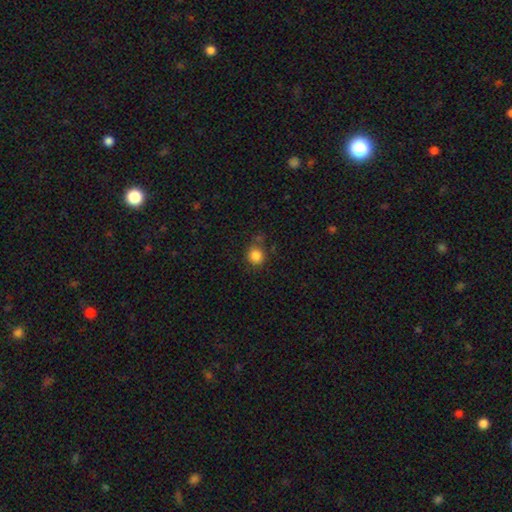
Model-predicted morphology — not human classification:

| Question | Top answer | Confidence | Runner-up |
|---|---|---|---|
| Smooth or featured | smooth | 85% | star or artifact (11%) |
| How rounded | round | 87% | in between (12%) |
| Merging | none | 69% | minor disturbance (18%) |